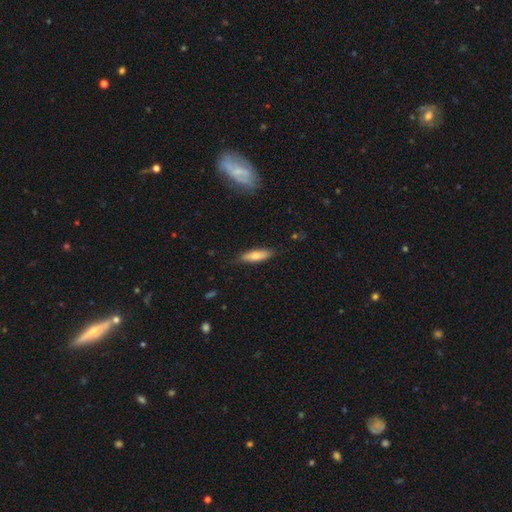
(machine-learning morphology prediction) This is likely a smooth galaxy (69%). How rounded: possibly cigar-shaped (58%). Merging: clearly none (84%).